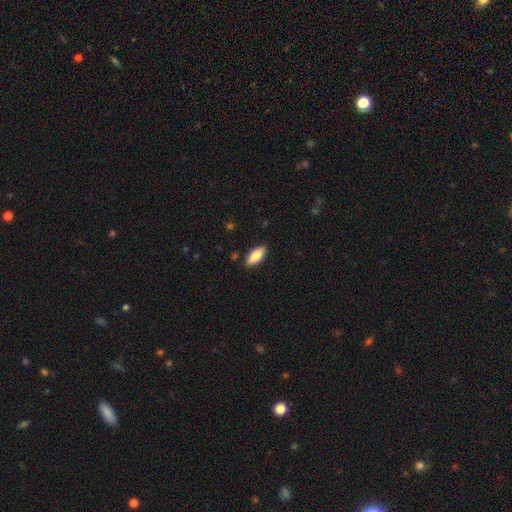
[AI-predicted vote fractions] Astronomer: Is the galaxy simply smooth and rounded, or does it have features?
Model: smooth — 81%.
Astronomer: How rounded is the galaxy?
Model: in between — 83%.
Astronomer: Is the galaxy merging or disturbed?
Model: none — 88%.